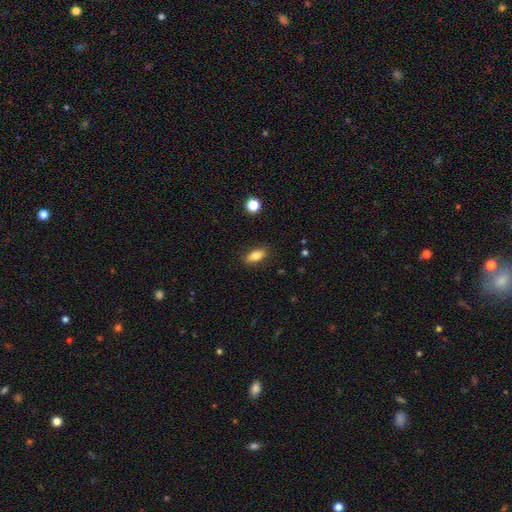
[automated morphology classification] Q: Smooth or featured?
A: smooth (80%); runner-up: featured or disk (12%)
Q: How rounded?
A: in between (82%); runner-up: cigar-shaped (13%)
Q: Merging?
A: none (86%); runner-up: minor disturbance (10%)